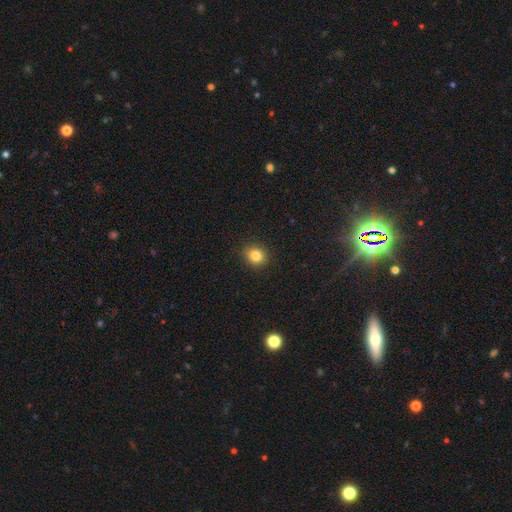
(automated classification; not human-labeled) smooth-or-featured: smooth: 83% | star or artifact: 11% | featured or disk: 6%
  how-rounded: round: 71% | in between: 28% | cigar-shaped: 1%
  merging: none: 90% | minor disturbance: 7% | major disturbance: 2% | merger: 1%